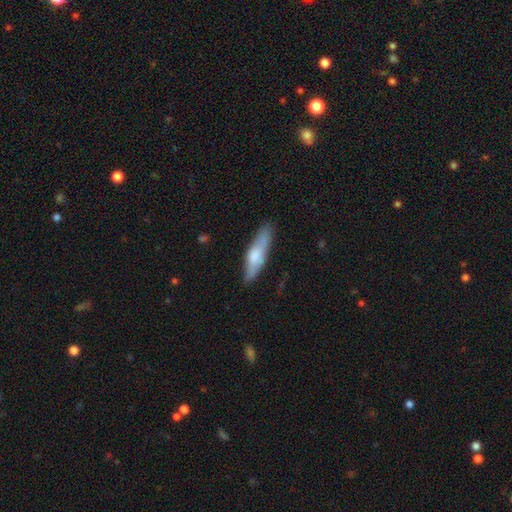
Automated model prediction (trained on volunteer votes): Morphology: type=smooth (63%); roundness=cigar-shaped (69%); merging=none (80%).